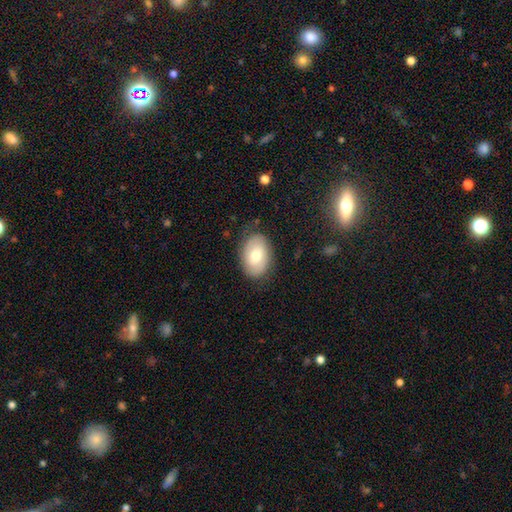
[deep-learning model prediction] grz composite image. It shows a smooth galaxy with no disk features (66%) that is in between round and cigar-shaped (85%). Merging: none (80%).